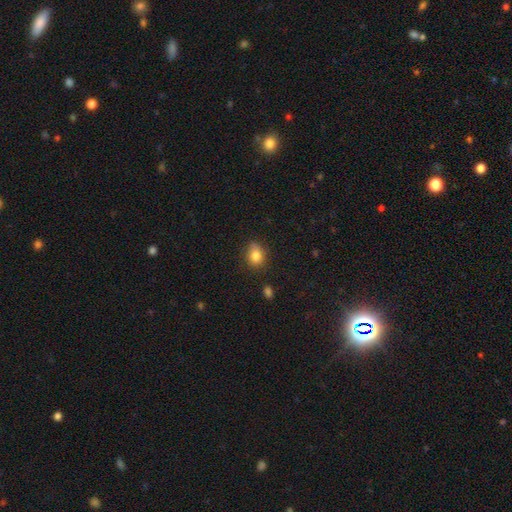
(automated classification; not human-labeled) Smooth or featured: smooth — 83% (star or artifact — 10%)
How rounded: in between — 62% (round — 37%)
Merging: none — 68% (minor disturbance — 25%)